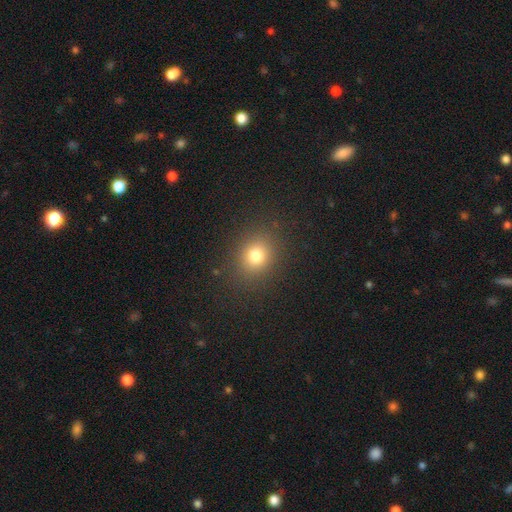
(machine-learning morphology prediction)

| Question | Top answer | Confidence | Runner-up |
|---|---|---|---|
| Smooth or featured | smooth | 77% | star or artifact (16%) |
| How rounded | round | 69% | in between (30%) |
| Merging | none | 87% | minor disturbance (8%) |